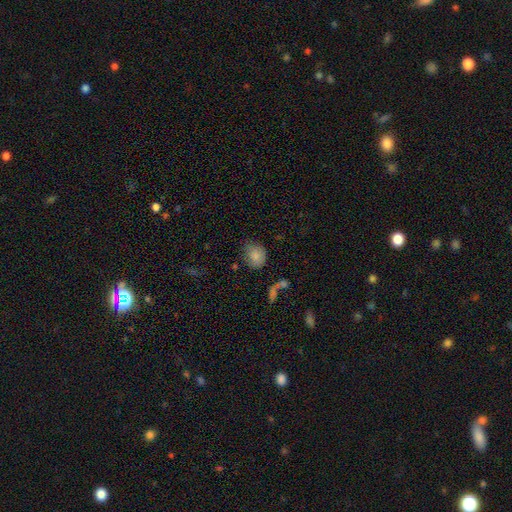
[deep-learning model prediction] Overall: smooth (83%). How rounded: round (53%; in between 46%). Merging: none (65%).